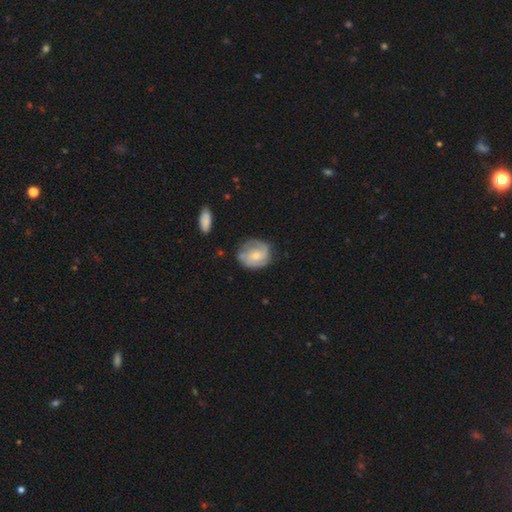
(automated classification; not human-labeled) Overall: featured or disk (65%; smooth 29%). Edge-on disk: no (97%). Bar: no (66%; weak 30%). Spiral arms: yes (88%). Spiral arm count: 2 (47%; can't tell 25%). Spiral winding: tight (47%; medium 39%). Bulge size: small (51%; moderate 43%). Merging: none (66%).